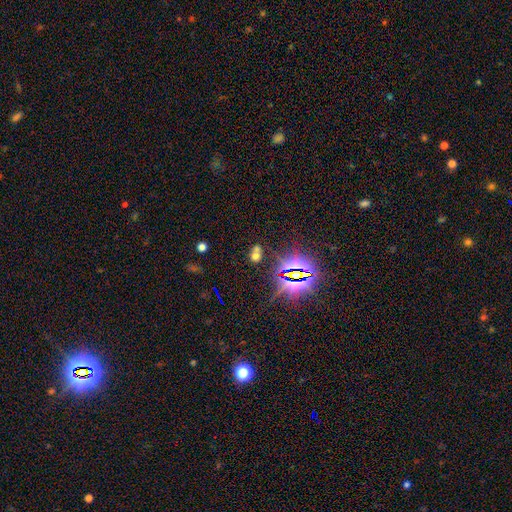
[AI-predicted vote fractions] Smooth or featured? Predicted: smooth (p=0.46). Merging? Predicted: none (p=0.45).